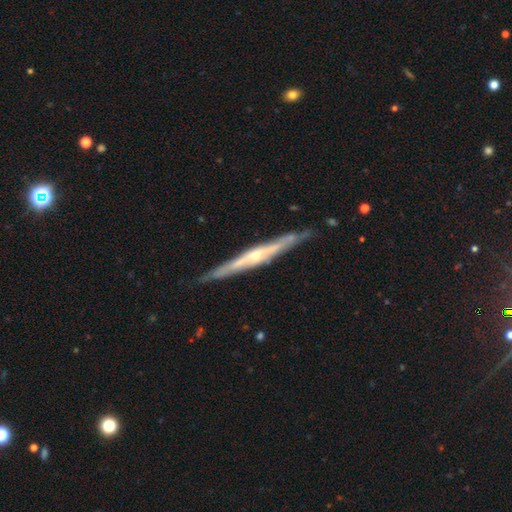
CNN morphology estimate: smooth_or_featured: featured or disk (p=0.79) [alt: smooth p=0.15]
disk_edge_on: yes (p=0.94) [alt: no p=0.06]
edge_on_bulge: rounded (p=0.74) [alt: none p=0.20]
merging: none (p=0.84) [alt: minor disturbance p=0.12]